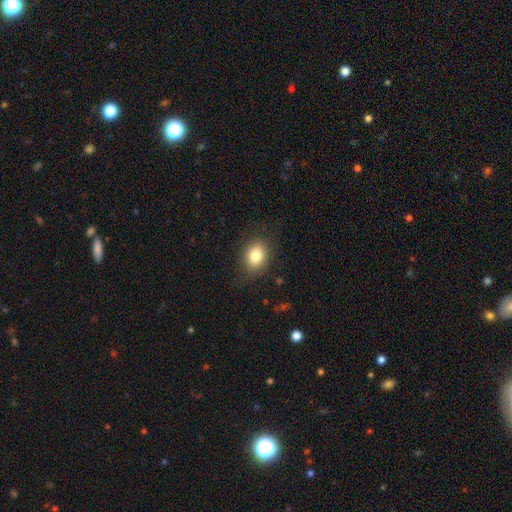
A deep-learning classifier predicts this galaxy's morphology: Q: Smooth or featured?
A: smooth (81%); runner-up: star or artifact (10%)
Q: How rounded?
A: in between (58%); runner-up: round (41%)
Q: Merging?
A: none (80%); runner-up: minor disturbance (15%)